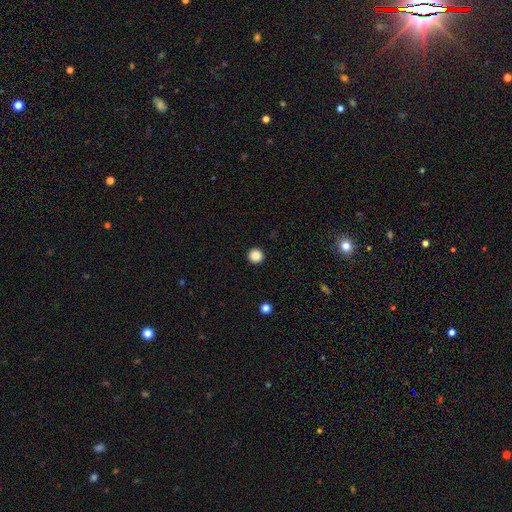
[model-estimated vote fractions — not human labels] smooth 87%, star or artifact 10%, featured or disk 3%. Down the decision tree: how rounded — round (96%); merging — none (94%).